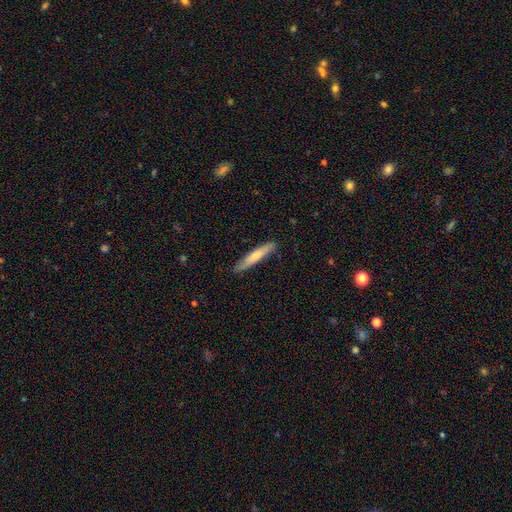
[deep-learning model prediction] Smooth or featured: smooth — 70% (featured or disk — 25%)
How rounded: cigar-shaped — 93% (in between — 6%)
Merging: none — 86% (minor disturbance — 11%)